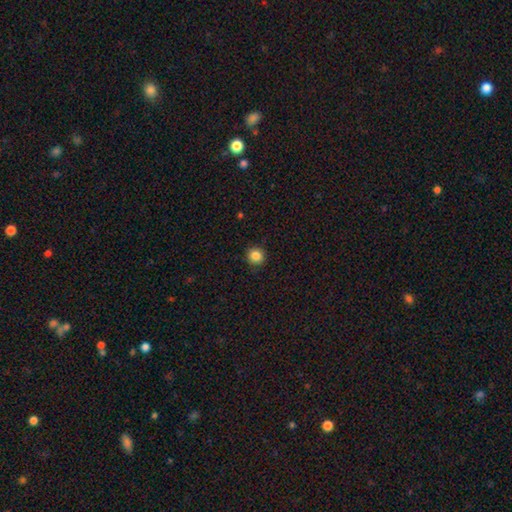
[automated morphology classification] smooth_or_featured: smooth (p=0.86) [alt: star or artifact p=0.10]
how_rounded: round (p=0.93) [alt: in between p=0.06]
merging: none (p=0.91) [alt: minor disturbance p=0.06]